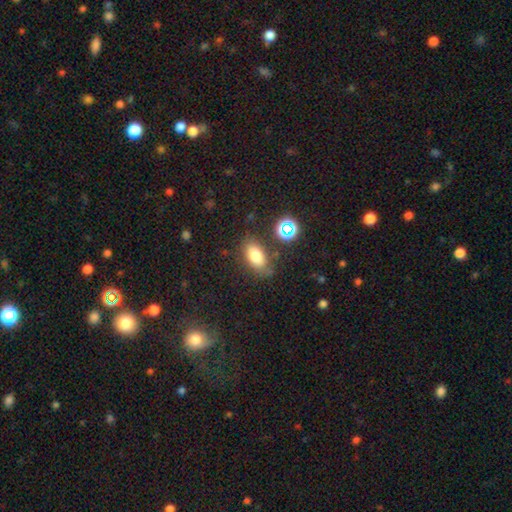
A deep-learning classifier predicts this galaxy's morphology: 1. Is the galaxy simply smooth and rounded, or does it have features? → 76% smooth, 13% star or artifact, 11% featured or disk.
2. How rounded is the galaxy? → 86% in between, 8% round, 6% cigar-shaped.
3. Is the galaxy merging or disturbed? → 75% none, 16% minor disturbance, 5% major disturbance, 4% merger.